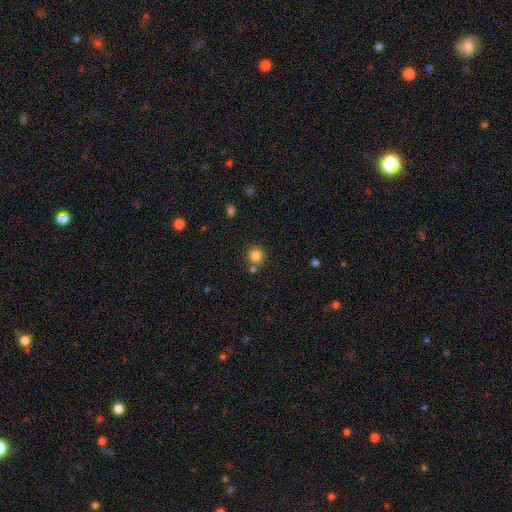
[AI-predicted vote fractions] Smooth or featured? smooth (82%)
How rounded? round (94%)
Merging? none (76%)